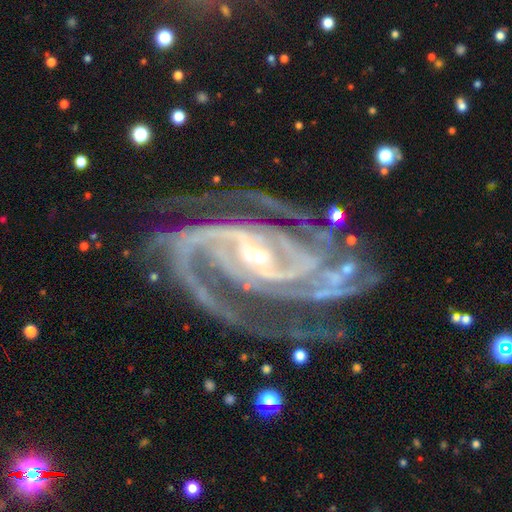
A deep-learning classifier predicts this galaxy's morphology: This appears to be a featured or disk galaxy (93%) with a strong bar (46%), 2 (37%) tight (54%) spiral arms (99%) and a small central bulge (64%). Merging: none (68%).